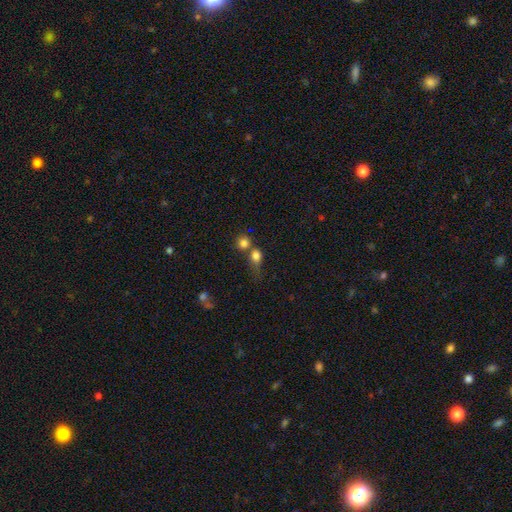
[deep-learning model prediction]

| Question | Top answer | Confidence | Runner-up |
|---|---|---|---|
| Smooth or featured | smooth | 78% | star or artifact (12%) |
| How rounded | round | 60% | in between (37%) |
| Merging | merger | 44% | none (33%) |